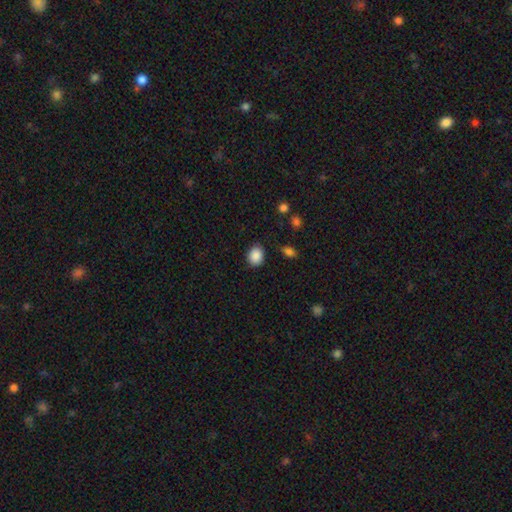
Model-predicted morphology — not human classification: Smooth or featured? smooth (88%)
How rounded? round (52%)
Merging? none (83%)